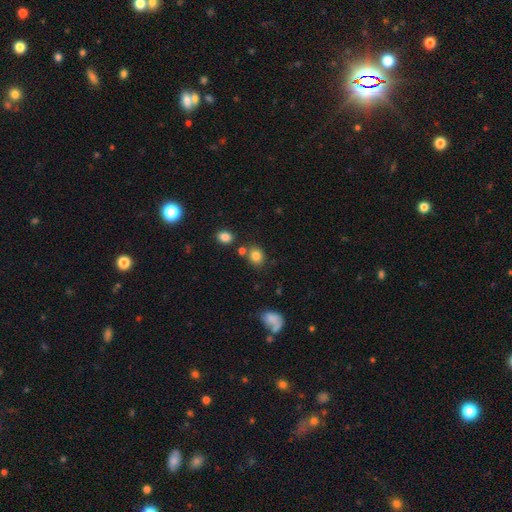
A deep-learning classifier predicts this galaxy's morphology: Smooth or featured?
  - smooth: 82% *
  - star or artifact: 11%
  - featured or disk: 6%
How rounded?
  - round: 58% *
  - in between: 40%
  - cigar-shaped: 1%
Merging?
  - none: 72% *
  - merger: 12%
  - minor disturbance: 12%
  - major disturbance: 4%